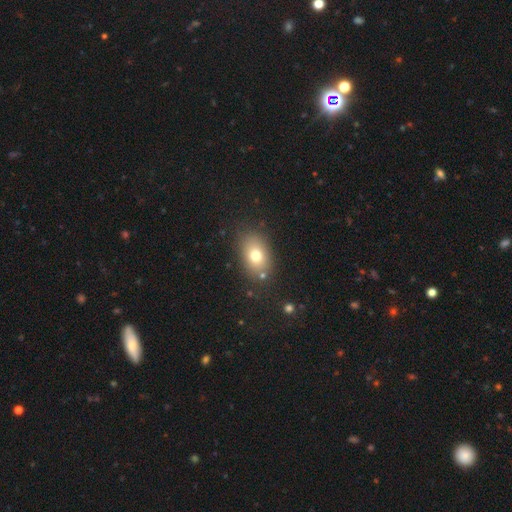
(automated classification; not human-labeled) Smooth or featured?
  - smooth: 74% *
  - featured or disk: 14%
  - star or artifact: 11%
How rounded?
  - in between: 79% *
  - round: 20%
  - cigar-shaped: 2%
Merging?
  - none: 80% *
  - minor disturbance: 12%
  - major disturbance: 4%
  - merger: 4%